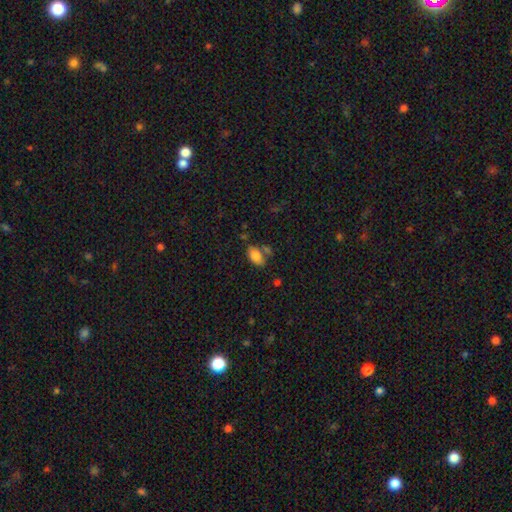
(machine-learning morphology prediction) smooth-or-featured: smooth: 84% | star or artifact: 8% | featured or disk: 8%
  how-rounded: in between: 92% | round: 7% | cigar-shaped: 2%
  merging: none: 60% | merger: 18% | minor disturbance: 16% | major disturbance: 5%